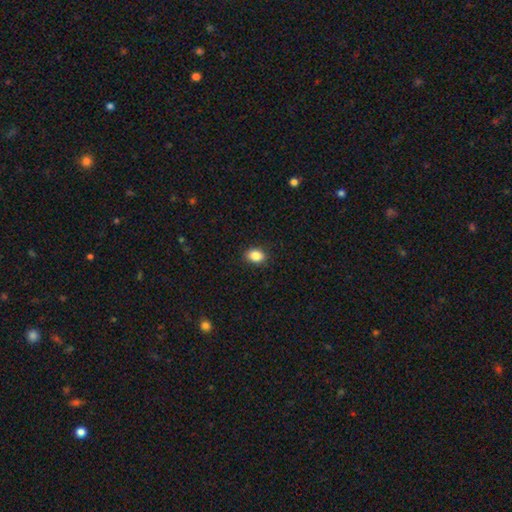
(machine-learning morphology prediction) A smooth galaxy with no disk features (87%) that is in between round and cigar-shaped (71%).

Vote fractions:
- Smooth or featured? smooth: 87% / star or artifact: 9% / featured or disk: 4%
- How rounded? in between: 71% / round: 28% / cigar-shaped: 1%
- Merging? none: 89% / minor disturbance: 8% / major disturbance: 2% / merger: 1%